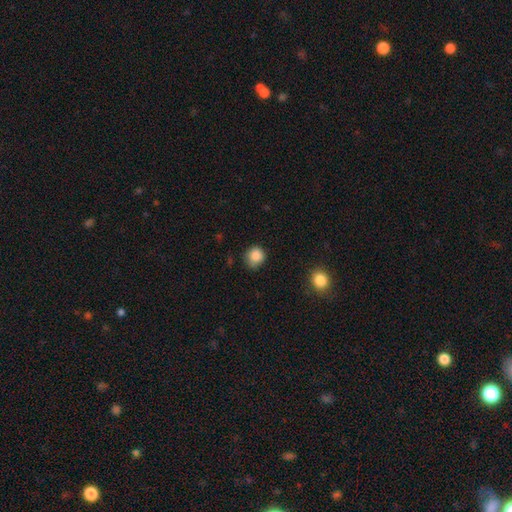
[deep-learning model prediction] Smooth or featured? smooth (86%)
How rounded? round (86%)
Merging? none (71%)